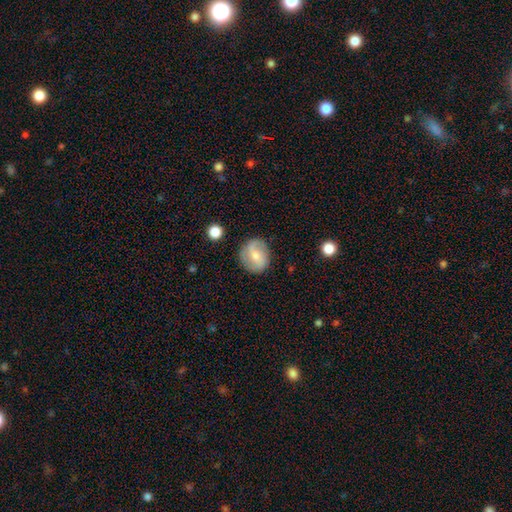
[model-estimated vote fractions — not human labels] A featured or disk galaxy (47%). Merging: none (79%).